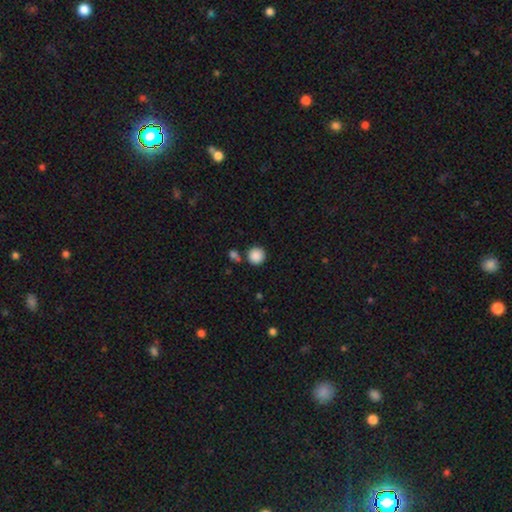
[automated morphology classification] Q: Smooth or featured?
A: smooth (88%); runner-up: star or artifact (9%)
Q: How rounded?
A: round (94%); runner-up: in between (5%)
Q: Merging?
A: none (79%); runner-up: merger (11%)